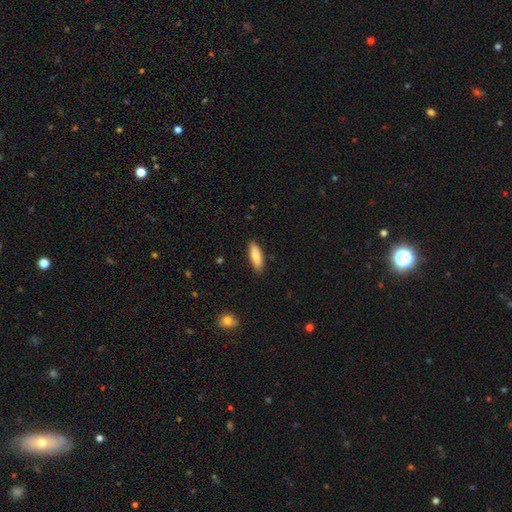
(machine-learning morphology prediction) smooth_or_featured: smooth (p=0.82) [alt: featured or disk p=0.12]
how_rounded: in between (p=0.51) [alt: cigar-shaped p=0.47]
merging: none (p=0.87) [alt: minor disturbance p=0.10]